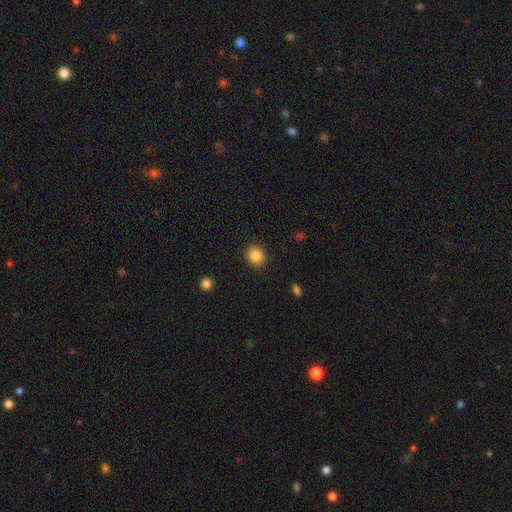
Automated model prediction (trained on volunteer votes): smooth-or-featured: smooth: 85% | star or artifact: 10% | featured or disk: 5%
  how-rounded: round: 70% | in between: 29% | cigar-shaped: 1%
  merging: none: 90% | minor disturbance: 7% | major disturbance: 2% | merger: 1%